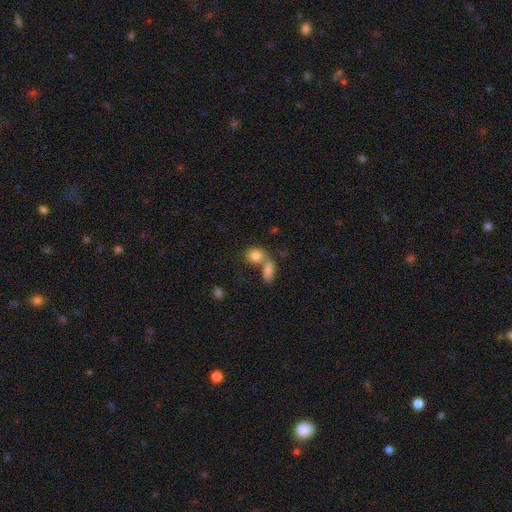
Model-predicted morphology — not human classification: smooth 82%, featured or disk 10%, star or artifact 8%. Down the decision tree: how rounded — round (51%); merging — merger (50%).